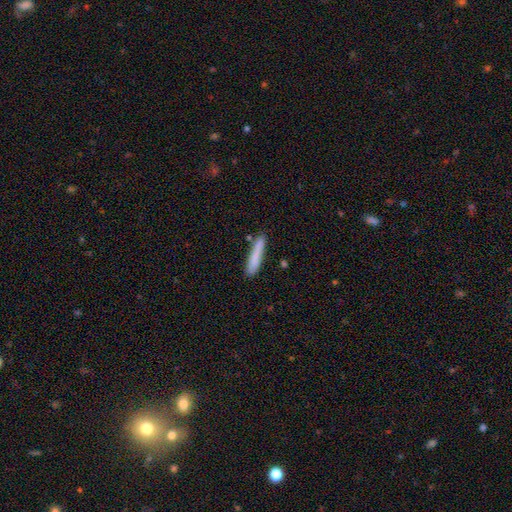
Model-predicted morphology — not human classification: Smooth or featured? smooth (80%)
How rounded? cigar-shaped (91%)
Merging? none (81%)